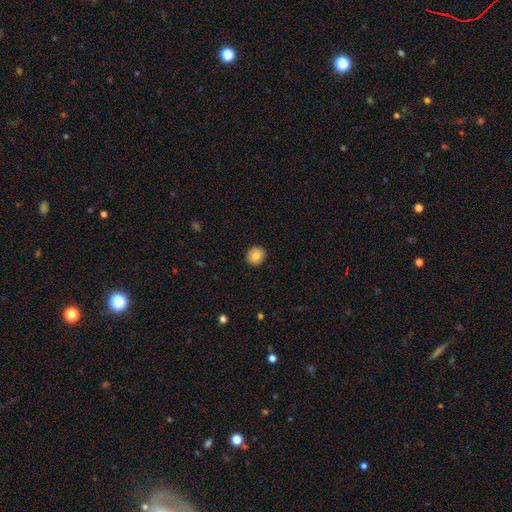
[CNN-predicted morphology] Smooth or featured? Predicted: smooth (p=0.83). How rounded? Predicted: round (p=0.82). Merging? Predicted: none (p=0.89).